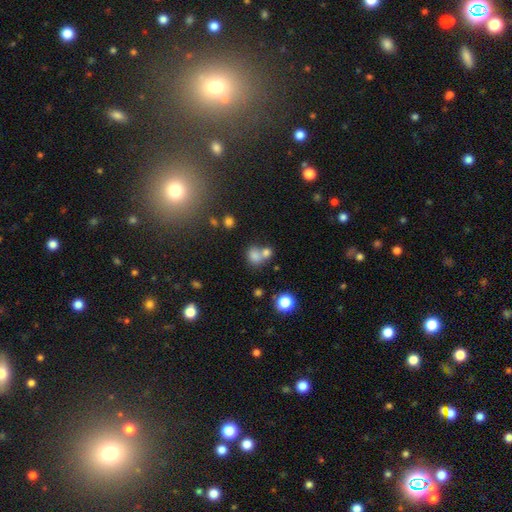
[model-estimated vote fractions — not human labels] Smooth or featured?
  - smooth: 74% *
  - star or artifact: 15%
  - featured or disk: 12%
How rounded?
  - round: 54% *
  - in between: 45%
  - cigar-shaped: 1%
Merging?
  - merger: 55% *
  - none: 31%
  - minor disturbance: 9%
  - major disturbance: 5%